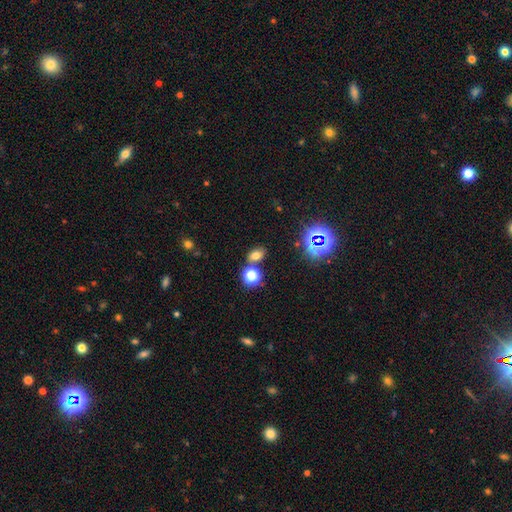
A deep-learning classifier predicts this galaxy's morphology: Smooth or featured? smooth (64%)
How rounded? in between (71%)
Merging? none (73%)